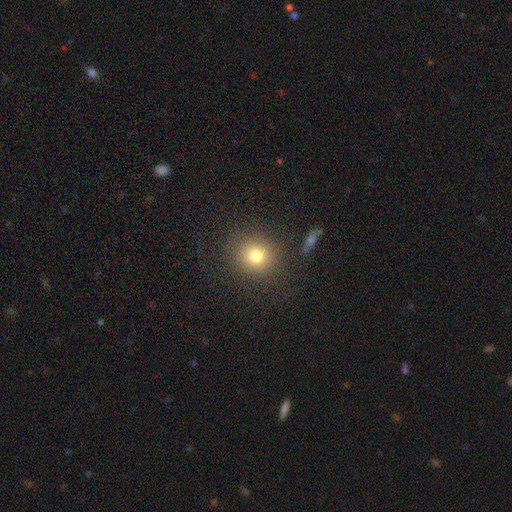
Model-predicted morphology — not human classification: A smooth galaxy with no disk features (76%) that is round (86%). Merging: none (85%).